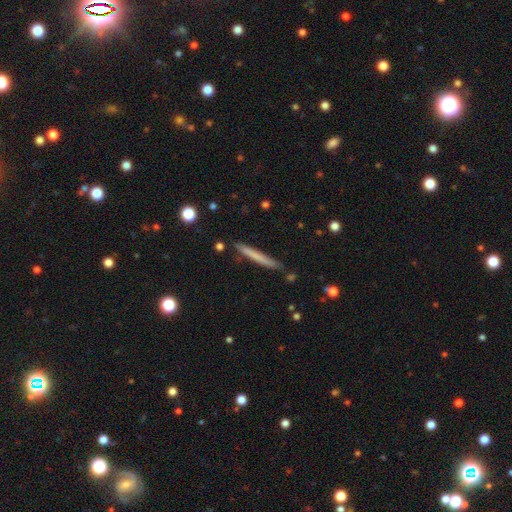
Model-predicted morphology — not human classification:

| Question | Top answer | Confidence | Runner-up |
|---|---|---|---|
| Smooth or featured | smooth | 63% | featured or disk (31%) |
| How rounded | cigar-shaped | 97% | in between (2%) |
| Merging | none | 86% | minor disturbance (10%) |